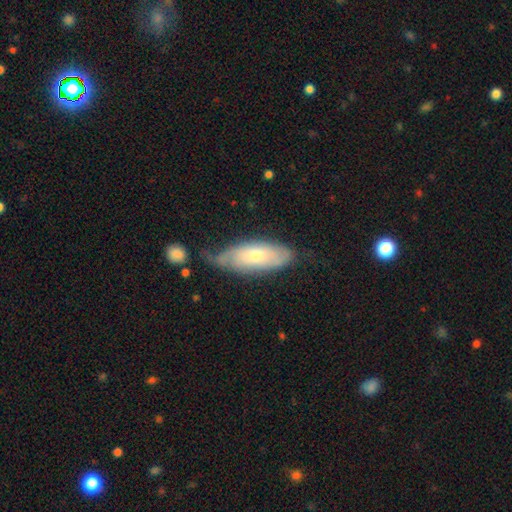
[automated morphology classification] smooth 52%, featured or disk 42%, star or artifact 6%. Down the decision tree: how rounded — in between (75%); merging — none (50%).